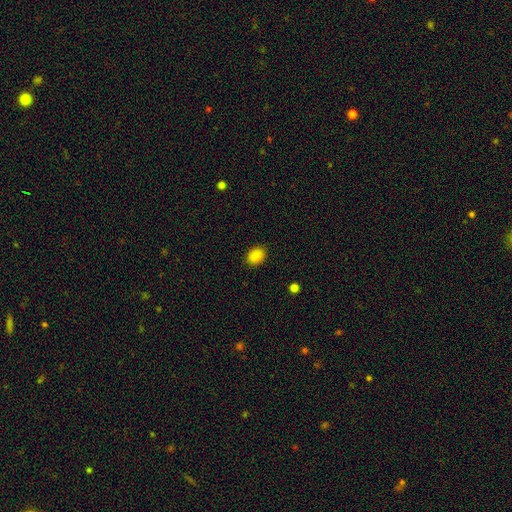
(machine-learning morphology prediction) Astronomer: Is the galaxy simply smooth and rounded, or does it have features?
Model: smooth — 87%.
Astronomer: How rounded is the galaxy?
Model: in between — 66%.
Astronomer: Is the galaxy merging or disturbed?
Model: none — 89%.